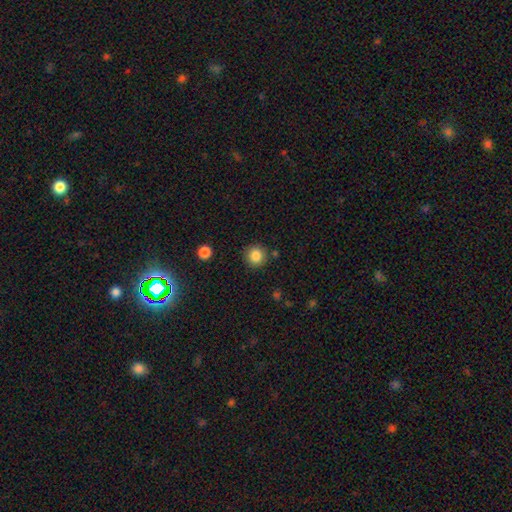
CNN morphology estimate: Smooth or featured?
  - smooth: 85% *
  - star or artifact: 10%
  - featured or disk: 5%
How rounded?
  - round: 92% *
  - in between: 7%
  - cigar-shaped: 1%
Merging?
  - none: 87% *
  - minor disturbance: 7%
  - merger: 3%
  - major disturbance: 2%